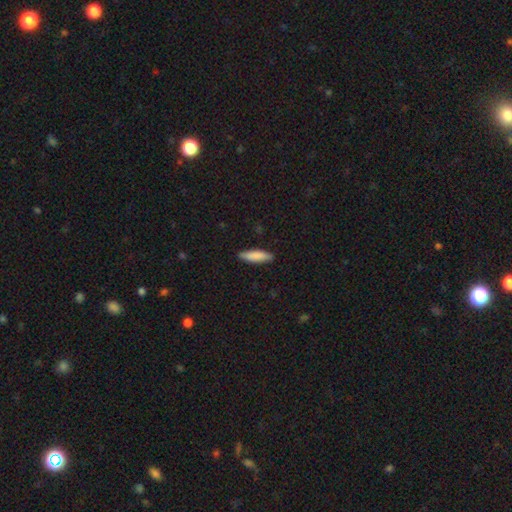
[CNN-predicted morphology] Smooth or featured?
  - smooth: 85% *
  - featured or disk: 9%
  - star or artifact: 5%
How rounded?
  - cigar-shaped: 66% *
  - in between: 32%
  - round: 1%
Merging?
  - none: 87% *
  - minor disturbance: 10%
  - major disturbance: 2%
  - merger: 1%